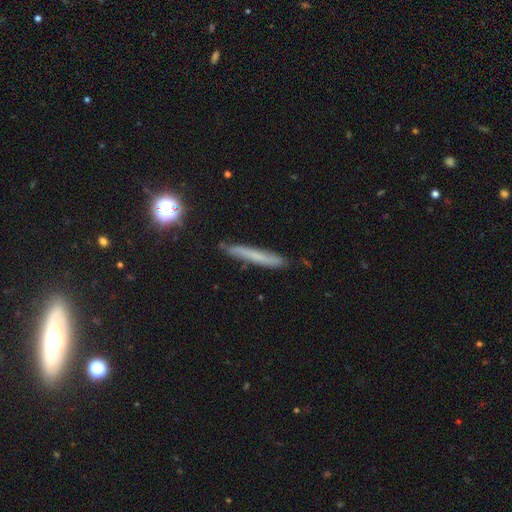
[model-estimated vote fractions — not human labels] smooth 54%, featured or disk 34%, star or artifact 11%. Down the decision tree: how rounded — cigar-shaped (95%); merging — none (82%).